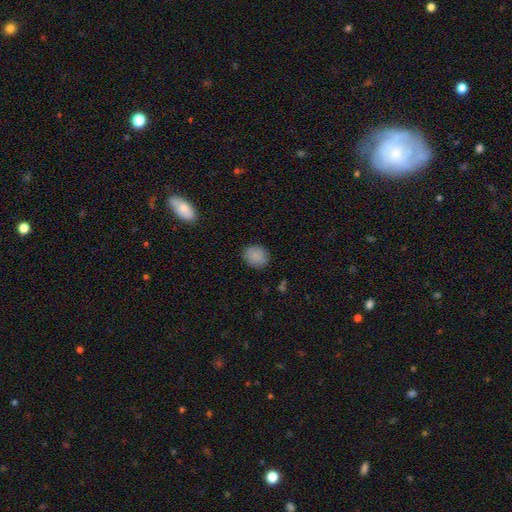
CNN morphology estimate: Overall: smooth (86%). How rounded: round (60%; in between 39%). Merging: none (86%).